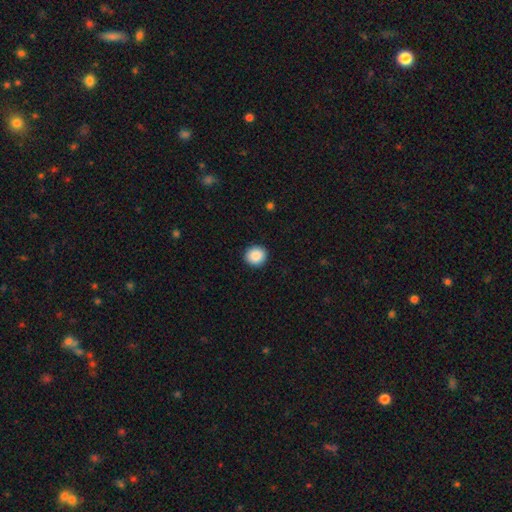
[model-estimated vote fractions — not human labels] This appears to be a smooth galaxy with no disk features (89%) that is round (89%). Merging: none (92%).